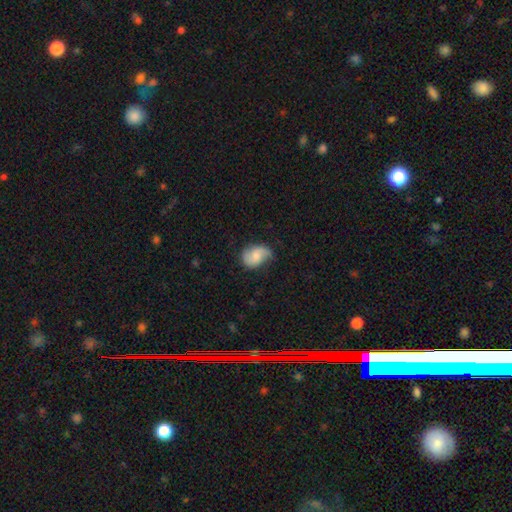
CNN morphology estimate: A smooth galaxy with no disk features (57%) that is in between round and cigar-shaped (75%). Merging: none (56%).